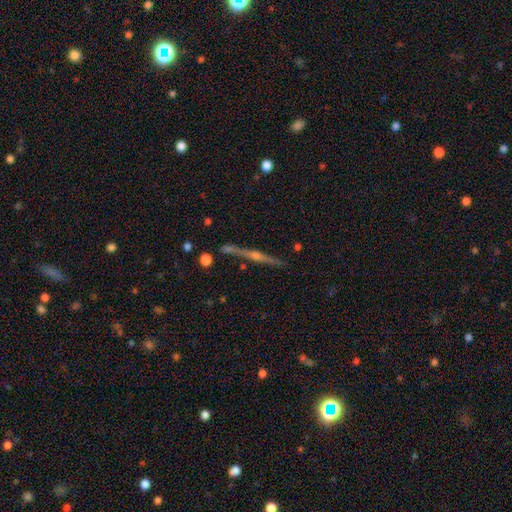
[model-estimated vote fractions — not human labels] Q: Smooth or featured?
A: featured or disk (81%); runner-up: smooth (12%)
Q: Edge-on disk?
A: yes (98%); runner-up: no (2%)
Q: Edge-on bulge?
A: rounded (85%); runner-up: none (9%)
Q: Merging?
A: none (86%); runner-up: minor disturbance (9%)